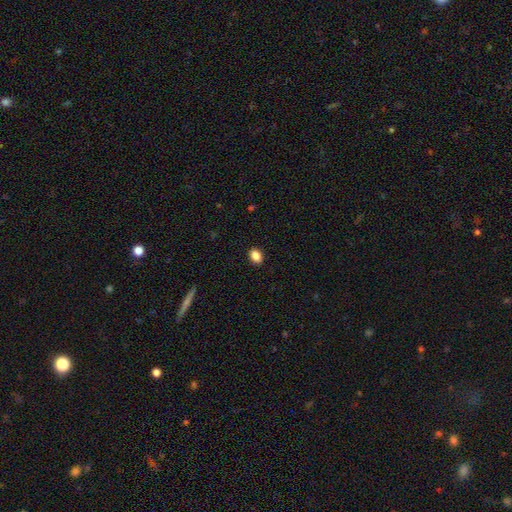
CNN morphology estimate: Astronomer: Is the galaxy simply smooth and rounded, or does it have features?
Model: smooth — 87%.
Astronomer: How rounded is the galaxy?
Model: in between — 75%.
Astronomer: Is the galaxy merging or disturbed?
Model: none — 90%.